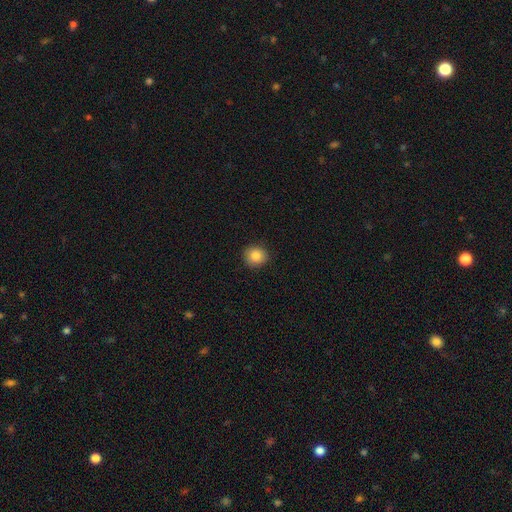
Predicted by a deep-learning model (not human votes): This is clearly a smooth galaxy (86%). How rounded: clearly round (88%). Merging: clearly none (90%).